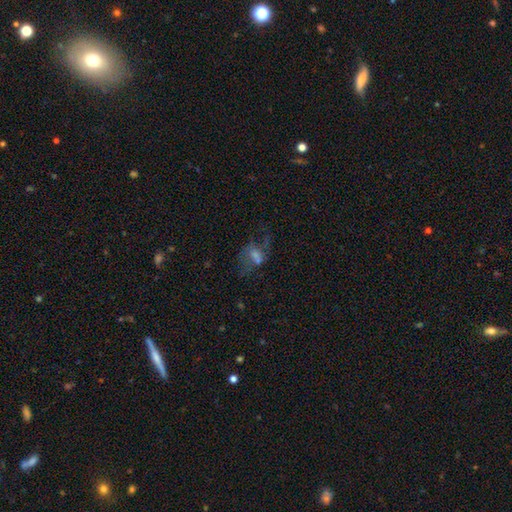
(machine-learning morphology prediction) Q: Smooth or featured?
A: featured or disk (44%); runner-up: smooth (33%)
Q: Merging?
A: none (38%); tied with: major disturbance (38%)